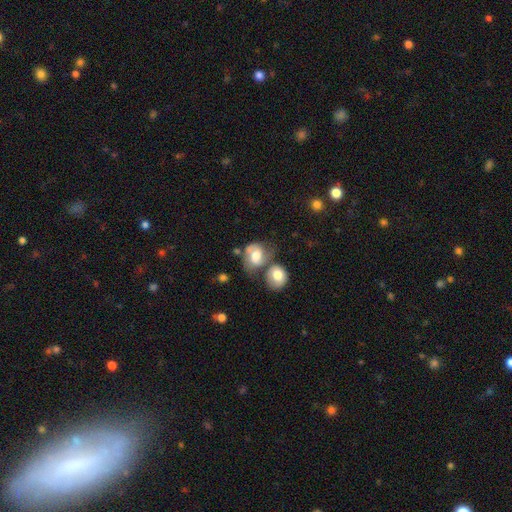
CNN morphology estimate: Smooth or featured?
  - smooth: 49% *
  - featured or disk: 43%
  - star or artifact: 8%
Merging?
  - merger: 36% *
  - none: 31%
  - minor disturbance: 19%
  - major disturbance: 14%